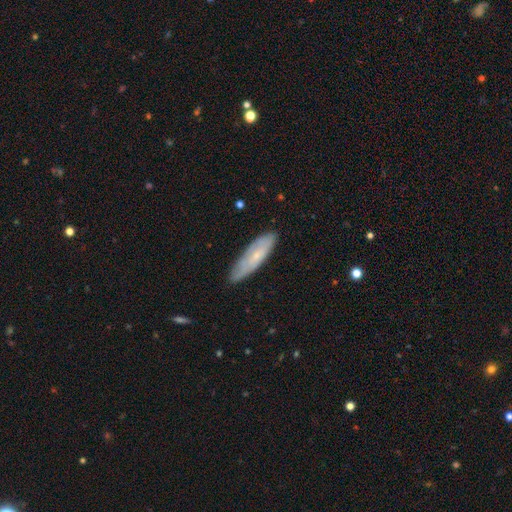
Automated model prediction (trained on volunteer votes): This is possibly a smooth galaxy (51%). How rounded: likely cigar-shaped (61%). Merging: likely none (80%).